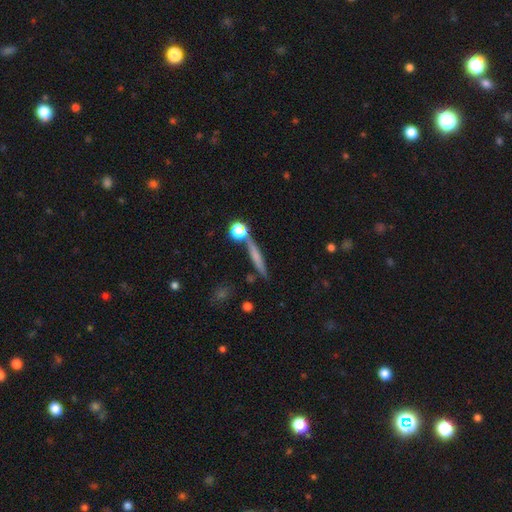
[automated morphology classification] Overall: smooth (47%; featured or disk 42%). Merging: none (71%).